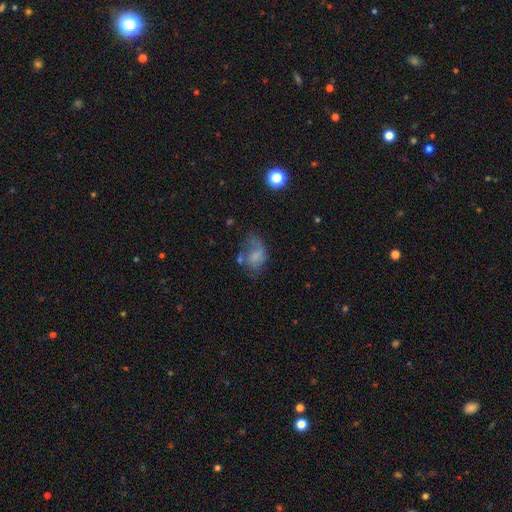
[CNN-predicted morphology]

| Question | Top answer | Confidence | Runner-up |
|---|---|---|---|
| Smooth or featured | smooth | 55% | featured or disk (33%) |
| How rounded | in between | 78% | round (20%) |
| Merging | major disturbance | 34% | none (31%) |